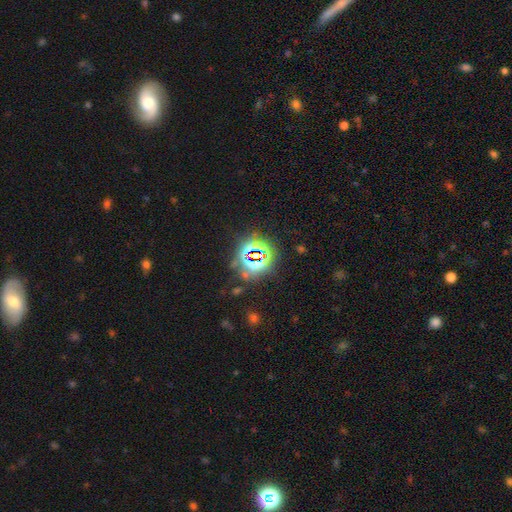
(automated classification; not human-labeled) Smooth or featured? Predicted: star or artifact (p=0.76).